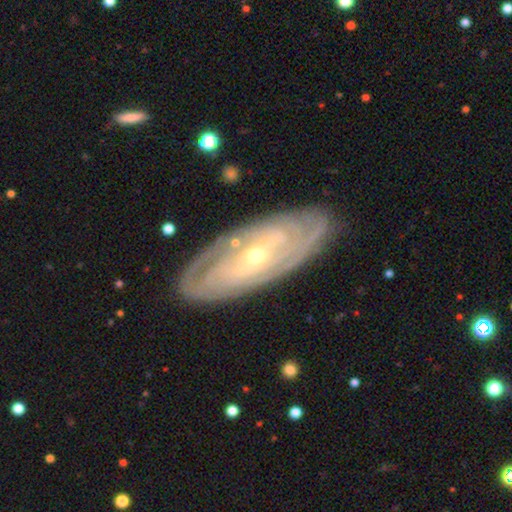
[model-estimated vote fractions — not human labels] Smooth or featured: featured or disk — 85% (smooth — 10%)
Edge-on disk: no — 89% (yes — 11%)
Bar: no — 42% (weak — 35%)
Spiral arms: yes — 91% (no — 9%)
Spiral winding: tight — 76% (medium — 19%)
Spiral arm count: can't tell — 45% (2 — 22%)
Bulge size: small — 72% (moderate — 25%)
Merging: none — 84% (minor disturbance — 12%)